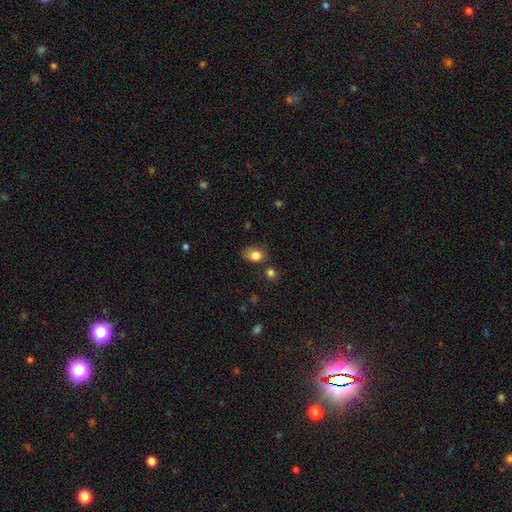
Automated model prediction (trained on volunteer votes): smooth-or-featured: smooth: 83% | star or artifact: 10% | featured or disk: 7%
  how-rounded: in between: 63% | round: 36% | cigar-shaped: 1%
  merging: none: 60% | minor disturbance: 25% | merger: 8% | major disturbance: 7%